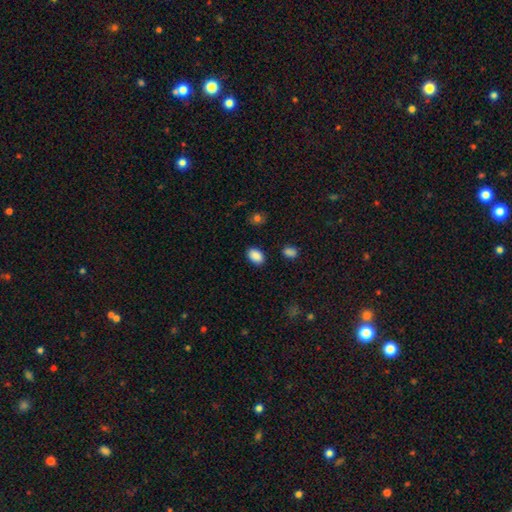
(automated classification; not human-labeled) Overall: smooth (89%). How rounded: in between (87%). Merging: none (88%).